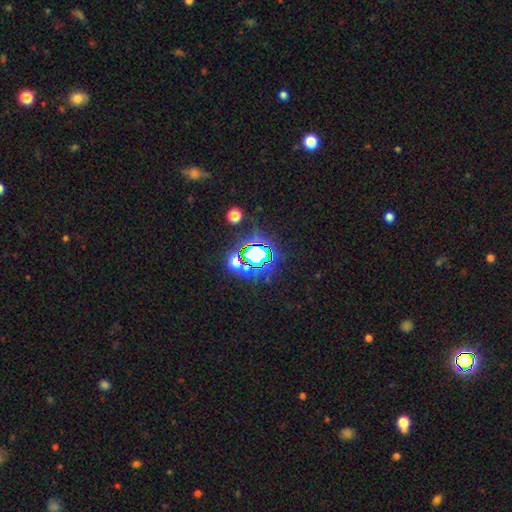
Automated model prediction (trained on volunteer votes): Smooth or featured? star or artifact (69%)